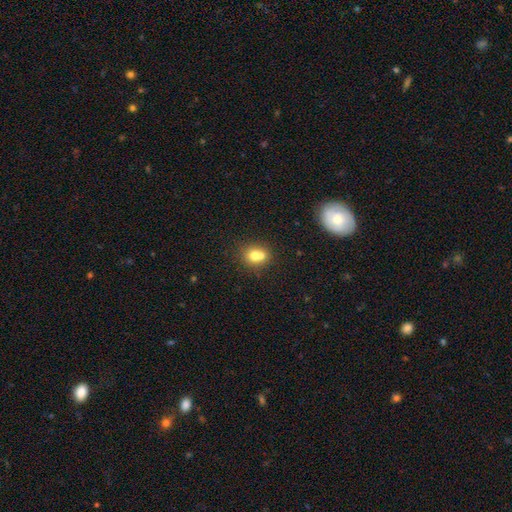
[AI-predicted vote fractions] smooth-or-featured: smooth: 71% | featured or disk: 17% | star or artifact: 12%
  how-rounded: round: 65% | in between: 34% | cigar-shaped: 1%
  merging: merger: 51% | none: 37% | minor disturbance: 9% | major disturbance: 3%